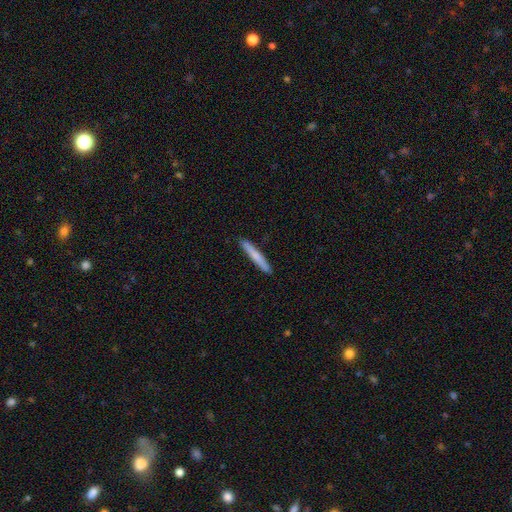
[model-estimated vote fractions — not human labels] smooth-or-featured: smooth: 71% | featured or disk: 24% | star or artifact: 5%
  how-rounded: cigar-shaped: 96% | in between: 3% | round: 1%
  merging: none: 91% | minor disturbance: 6% | major disturbance: 1% | merger: 1%